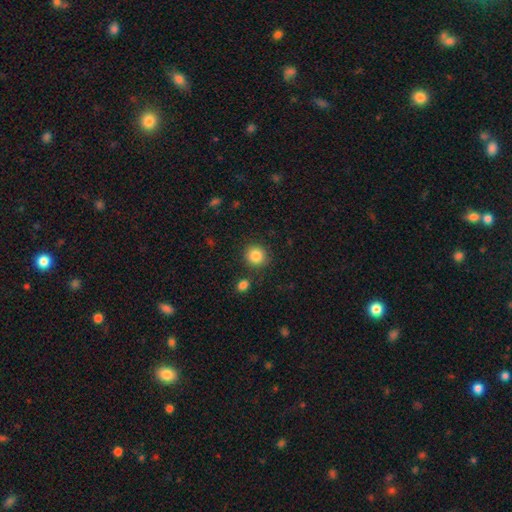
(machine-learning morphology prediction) This appears to be a smooth galaxy with no disk features (86%) that is round (89%). Merging: none (86%).